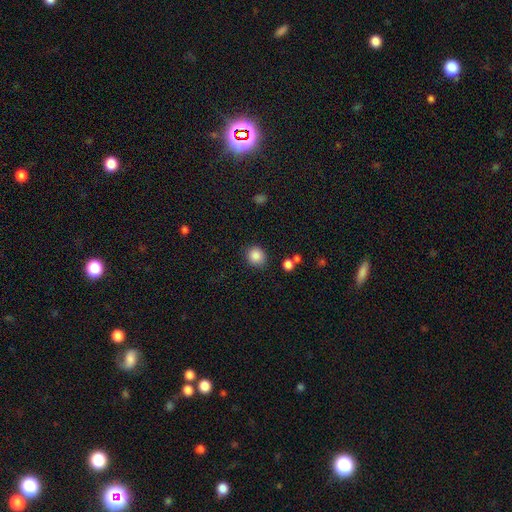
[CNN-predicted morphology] Smooth or featured? smooth (87%)
How rounded? round (84%)
Merging? none (84%)